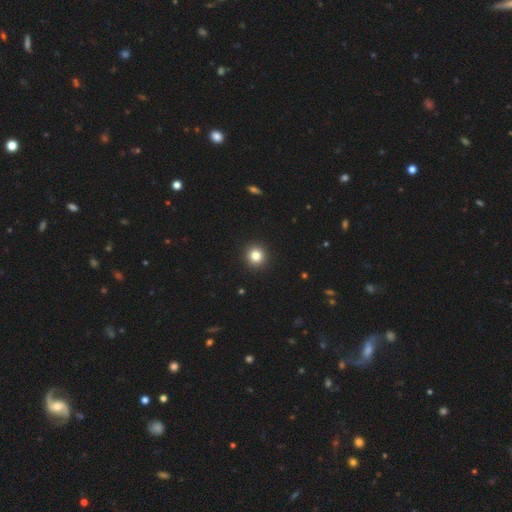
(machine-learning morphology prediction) This appears to be a smooth galaxy with no disk features (82%) that is round (94%). Merging: none (94%).